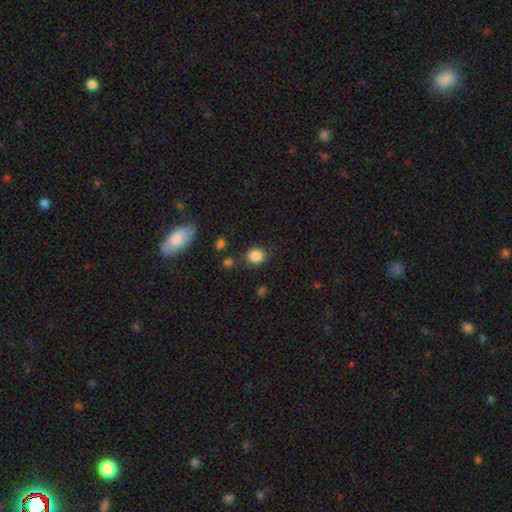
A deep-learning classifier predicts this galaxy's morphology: Overall: smooth (86%). How rounded: round (79%). Merging: none (82%).